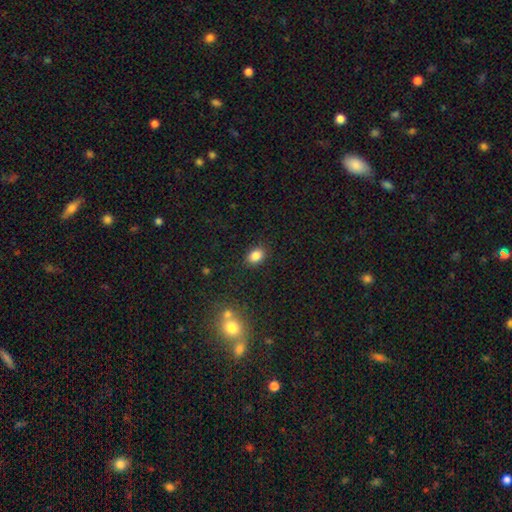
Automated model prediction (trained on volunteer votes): Overall: smooth (85%). How rounded: in between (73%). Merging: none (87%).